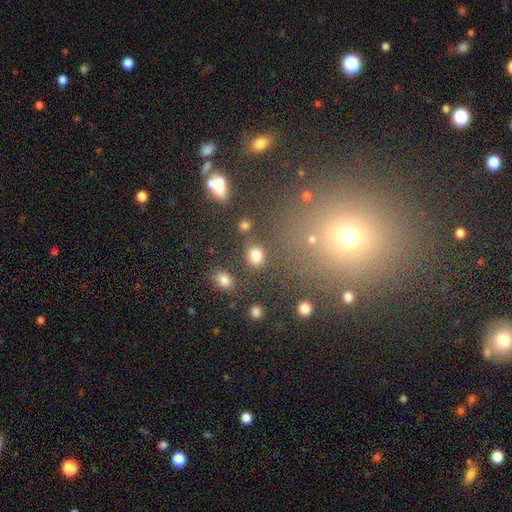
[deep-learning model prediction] This appears to be a smooth galaxy with no disk features (82%) that is round (61%). Merging: none (77%).